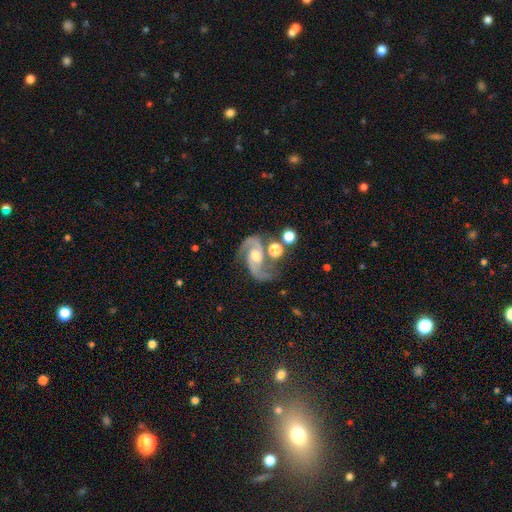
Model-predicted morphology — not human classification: This is clearly a featured or disk galaxy (90%). It is clearly not viewed edge-on (98%). Bar: possibly no (49%). Spiral arm pattern: clearly yes (98%). Spiral arm count: clearly 2 (93%). Spiral winding: possibly medium (59%). Central bulge: likely moderate (67%). Merging: likely none (62%).